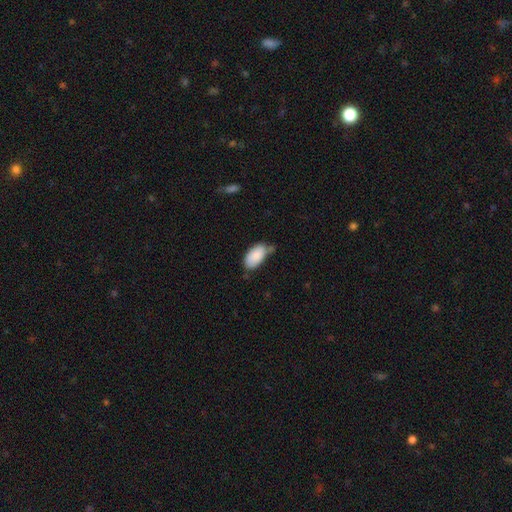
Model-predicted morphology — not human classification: type=smooth (87%); roundness=in between (95%); merging=none (54%).